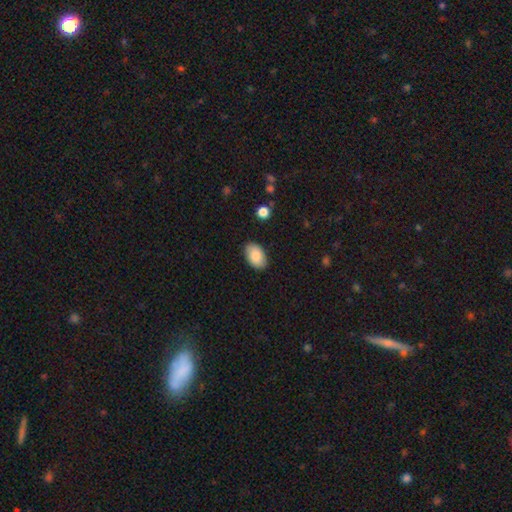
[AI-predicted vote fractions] smooth-or-featured: smooth: 86% | featured or disk: 8% | star or artifact: 7%
  how-rounded: in between: 91% | round: 8% | cigar-shaped: 1%
  merging: none: 87% | minor disturbance: 10% | major disturbance: 2% | merger: 1%